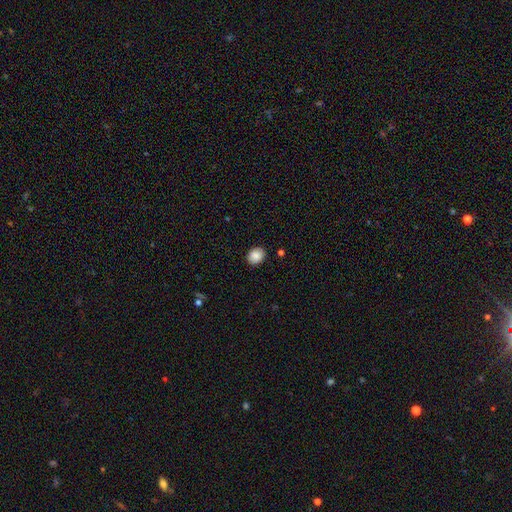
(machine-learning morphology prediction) Smooth or featured?
  - smooth: 88% *
  - star or artifact: 8%
  - featured or disk: 4%
How rounded?
  - round: 51% *
  - in between: 49%
  - cigar-shaped: 1%
Merging?
  - none: 89% *
  - minor disturbance: 8%
  - major disturbance: 2%
  - merger: 1%